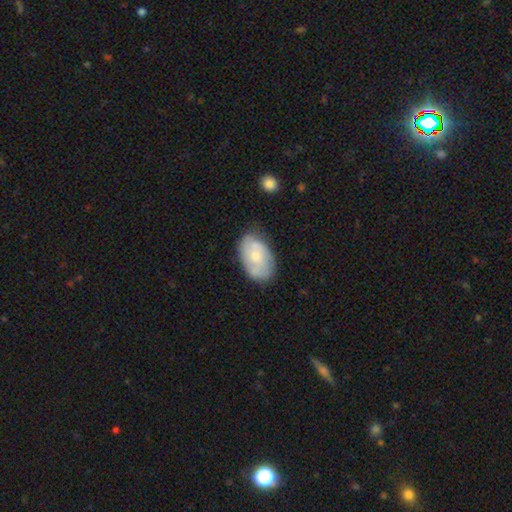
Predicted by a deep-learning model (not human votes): featured or disk 59%, smooth 35%, star or artifact 6%. Down the decision tree: edge-on disk — no (96%); bar — no (70%); spiral arms — yes (82%); bulge size — moderate (45%); merging — none (70%).